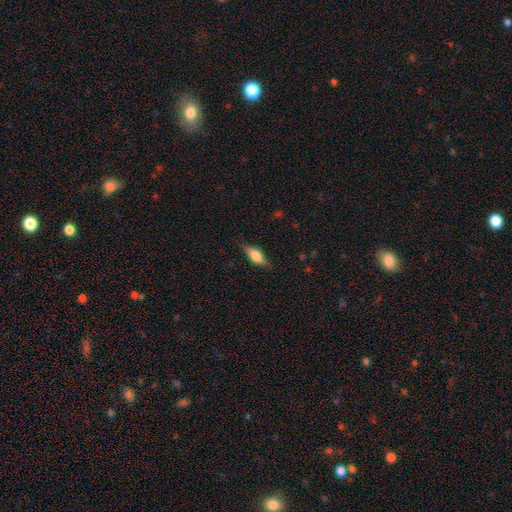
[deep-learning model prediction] Overall: smooth (57%; featured or disk 35%). How rounded: in between (71%). Merging: none (75%).